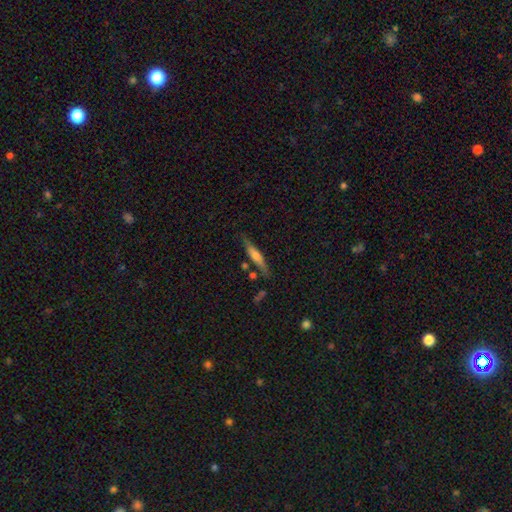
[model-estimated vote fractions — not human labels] Smooth or featured: smooth — 51% (featured or disk — 43%)
How rounded: cigar-shaped — 86% (in between — 12%)
Merging: none — 76% (minor disturbance — 14%)